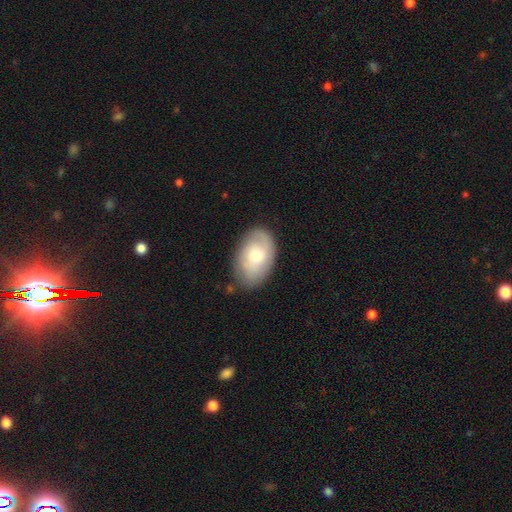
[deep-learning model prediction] Smooth or featured? Predicted: smooth (p=0.58). How rounded? Predicted: in between (p=0.90). Merging? Predicted: none (p=0.75).